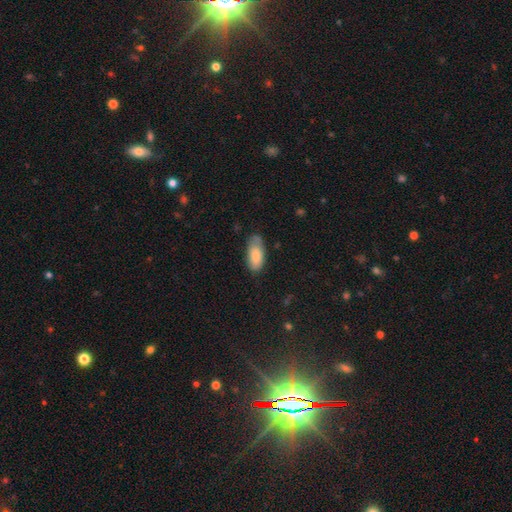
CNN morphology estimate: Smooth or featured?
  - smooth: 83% *
  - featured or disk: 11%
  - star or artifact: 6%
How rounded?
  - in between: 90% *
  - cigar-shaped: 8%
  - round: 2%
Merging?
  - none: 61% *
  - minor disturbance: 30%
  - major disturbance: 7%
  - merger: 2%